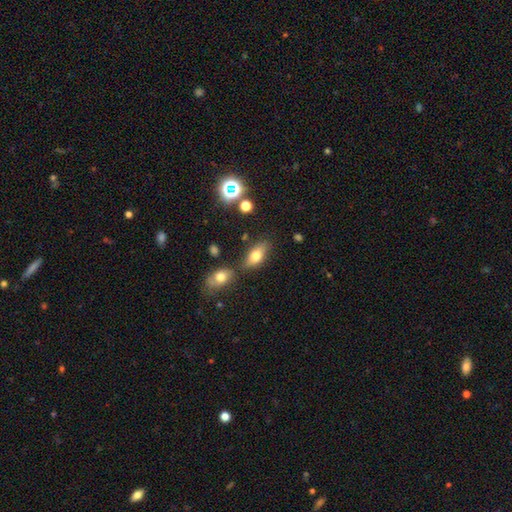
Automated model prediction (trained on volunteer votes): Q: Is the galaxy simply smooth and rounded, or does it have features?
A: smooth — 70%.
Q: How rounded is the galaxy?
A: in between — 82%.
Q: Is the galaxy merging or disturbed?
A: none — 69%.